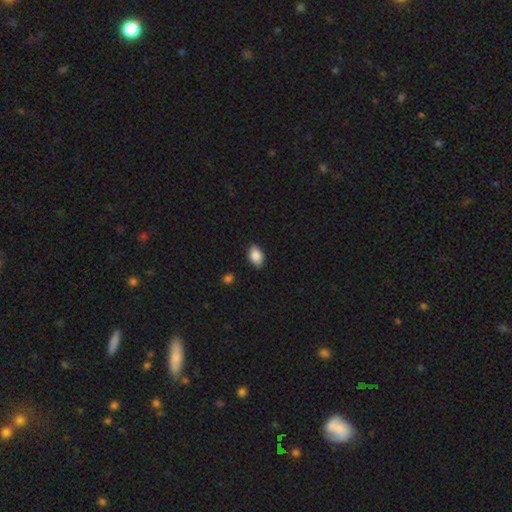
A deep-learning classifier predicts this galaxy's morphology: type=smooth (88%); roundness=in between (88%); merging=none (88%).